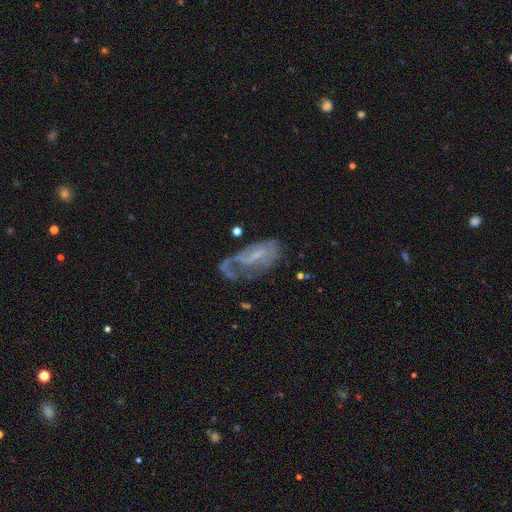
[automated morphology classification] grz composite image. It shows a featured or disk galaxy (69%) with a weak bar (43%), spiral arms (67%) and a small central bulge (45%). Merging: major disturbance (39%).